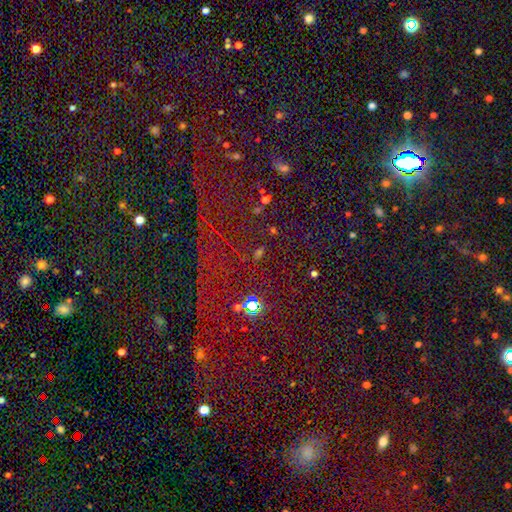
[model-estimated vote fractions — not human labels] This is likely a star or artifact rather than a galaxy (79%).